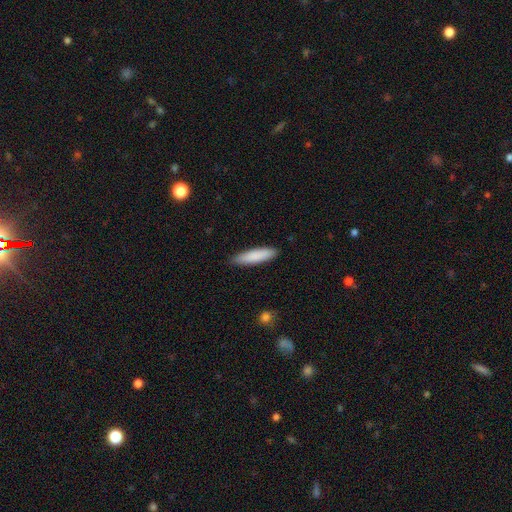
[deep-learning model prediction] Smooth or featured? smooth (86%)
How rounded? cigar-shaped (76%)
Merging? none (87%)